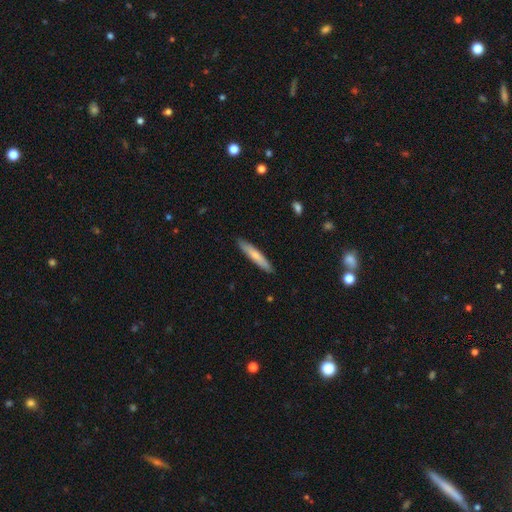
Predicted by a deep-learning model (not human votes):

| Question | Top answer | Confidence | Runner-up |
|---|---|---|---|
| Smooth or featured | smooth | 69% | featured or disk (26%) |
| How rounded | cigar-shaped | 92% | in between (7%) |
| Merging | none | 89% | minor disturbance (8%) |